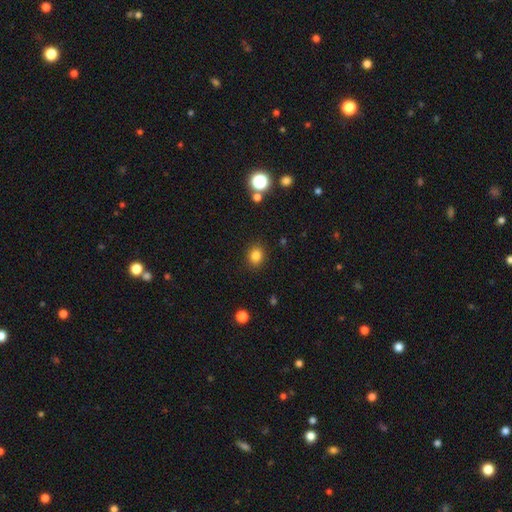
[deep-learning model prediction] smooth_or_featured: smooth (p=0.82) [alt: star or artifact p=0.13]
how_rounded: round (p=0.67) [alt: in between p=0.32]
merging: none (p=0.89) [alt: minor disturbance p=0.07]